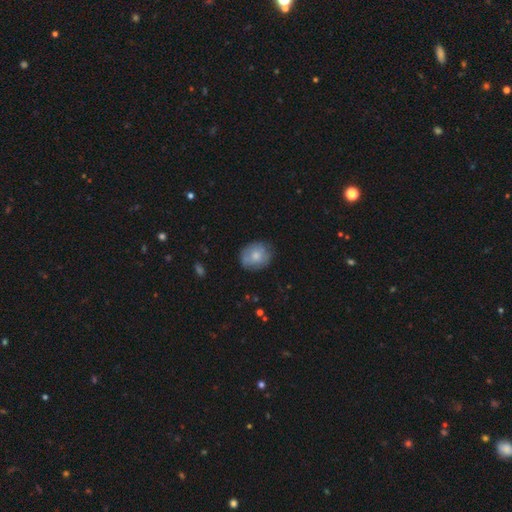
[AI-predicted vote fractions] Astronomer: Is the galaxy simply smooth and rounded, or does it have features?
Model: smooth — 67%.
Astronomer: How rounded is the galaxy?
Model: round — 69%.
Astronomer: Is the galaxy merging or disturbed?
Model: none — 72%.